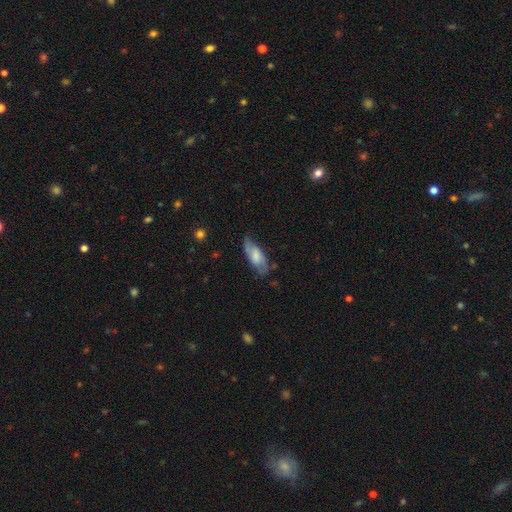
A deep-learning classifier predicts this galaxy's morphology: The model was most divided on "smooth or featured": featured or disk: 51%, smooth: 42%, star or artifact: 7%. More confident: edge-on disk — no (82%); merging — none (67%).